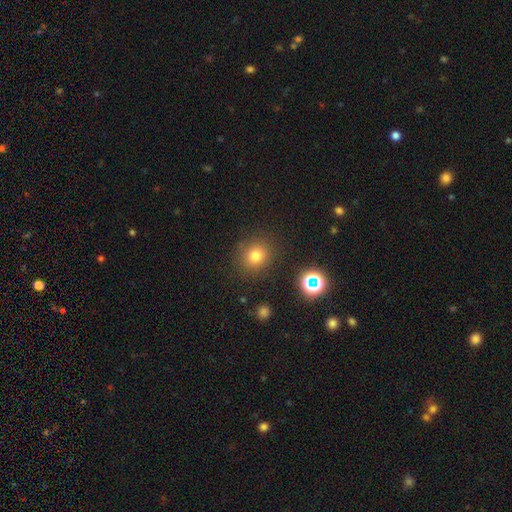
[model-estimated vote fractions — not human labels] The model was most divided on "smooth or featured": smooth: 75%, star or artifact: 17%, featured or disk: 8%. More confident: merging — none (86%); how rounded — round (83%).